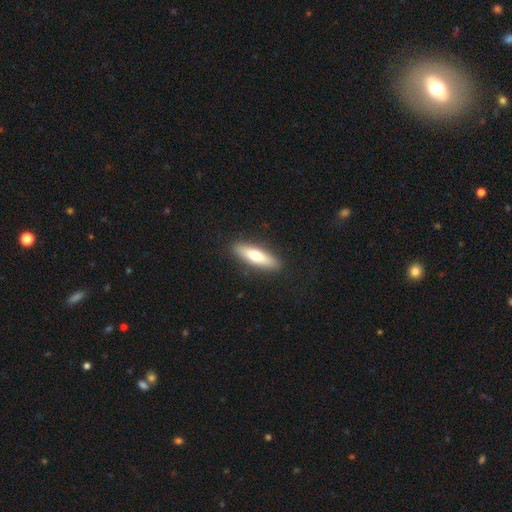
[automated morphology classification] smooth 64%, featured or disk 31%, star or artifact 6%. Down the decision tree: how rounded — cigar-shaped (65%); merging — none (90%).